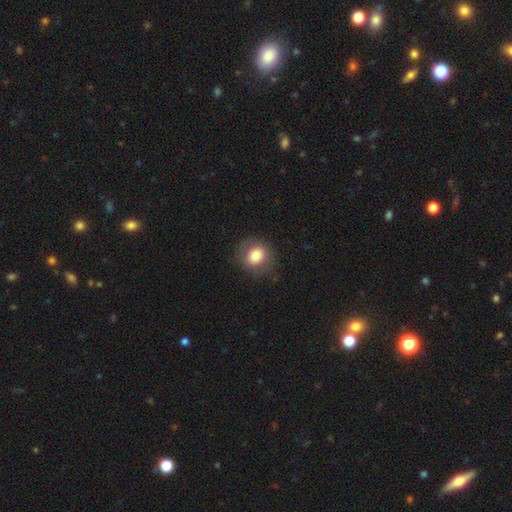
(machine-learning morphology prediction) This is likely a smooth galaxy (76%). How rounded: likely round (74%). Merging: clearly none (83%).